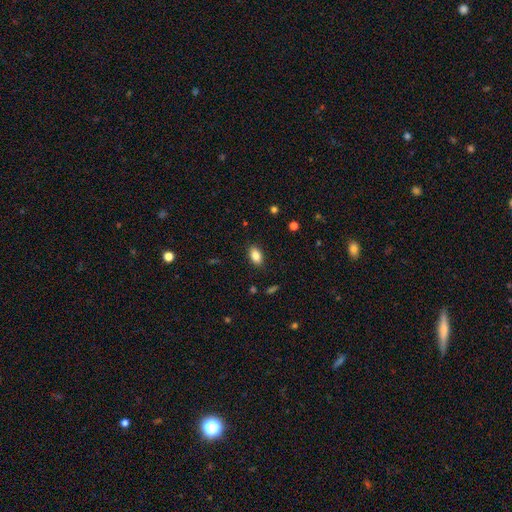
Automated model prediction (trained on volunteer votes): A smooth galaxy with no disk features (86%) that is in between round and cigar-shaped (89%).

Vote fractions:
- Smooth or featured? smooth: 86% / star or artifact: 8% / featured or disk: 6%
- How rounded? in between: 89% / round: 9% / cigar-shaped: 2%
- Merging? none: 87% / minor disturbance: 9% / major disturbance: 2% / merger: 1%